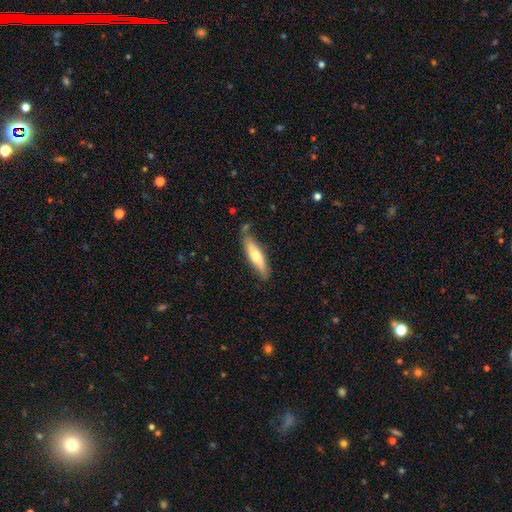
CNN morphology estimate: smooth 58%, featured or disk 37%, star or artifact 6%. Down the decision tree: how rounded — cigar-shaped (70%); merging — none (76%).